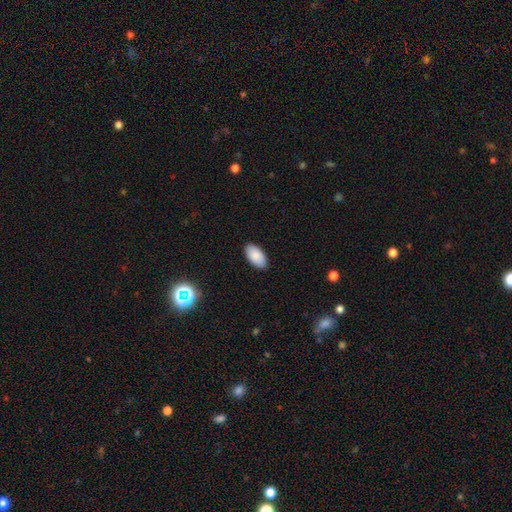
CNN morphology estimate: This appears to be a smooth galaxy with no disk features (89%) that is in between round and cigar-shaped (96%). Merging: none (89%).